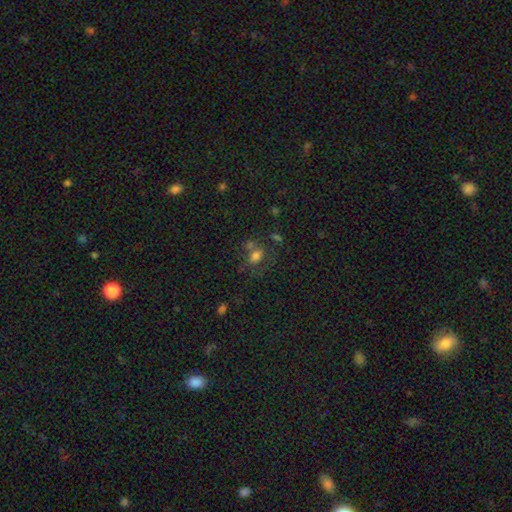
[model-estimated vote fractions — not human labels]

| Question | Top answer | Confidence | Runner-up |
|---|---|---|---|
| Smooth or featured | smooth | 67% | star or artifact (20%) |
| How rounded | in between | 74% | round (23%) |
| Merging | none | 48% | merger (22%) |